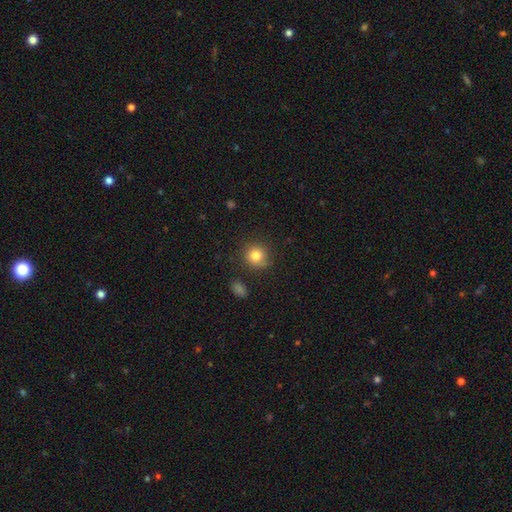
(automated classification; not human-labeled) A smooth galaxy with no disk features (82%) that is round (90%).

Vote fractions:
- Smooth or featured? smooth: 82% / star or artifact: 11% / featured or disk: 7%
- How rounded? round: 90% / in between: 9% / cigar-shaped: 1%
- Merging? none: 83% / minor disturbance: 11% / major disturbance: 3% / merger: 2%